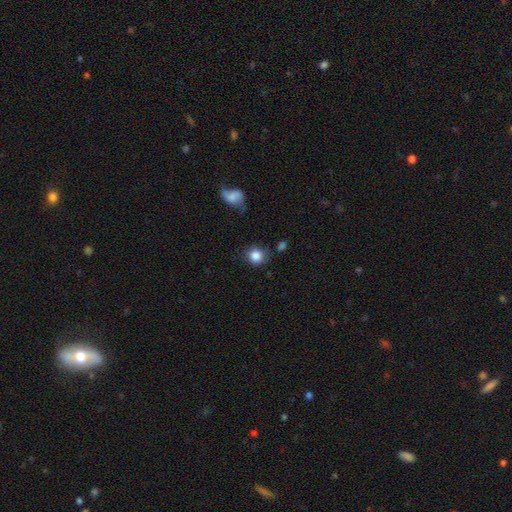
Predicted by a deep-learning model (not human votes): Smooth or featured? Predicted: smooth (p=0.86). How rounded? Predicted: round (p=0.84). Merging? Predicted: none (p=0.76).